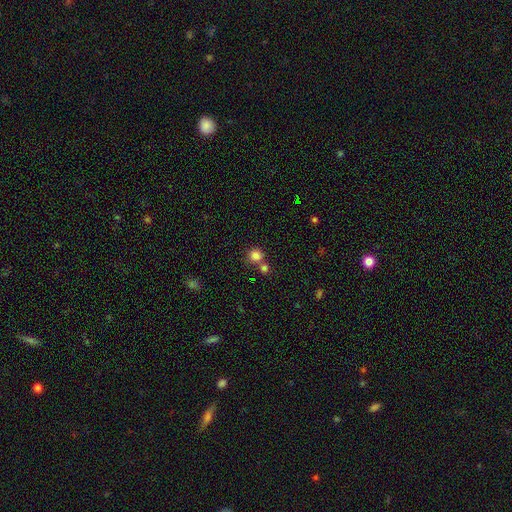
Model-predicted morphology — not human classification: Overall: smooth (82%). How rounded: round (91%). Merging: none (62%; merger 27%).